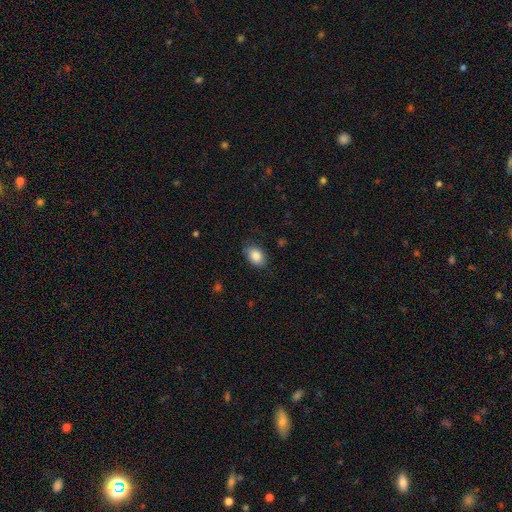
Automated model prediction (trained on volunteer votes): The model was most divided on "merging": none: 80%, minor disturbance: 15%, major disturbance: 4%, merger: 1%. More confident: smooth or featured — smooth (87%); how rounded — in between (82%).